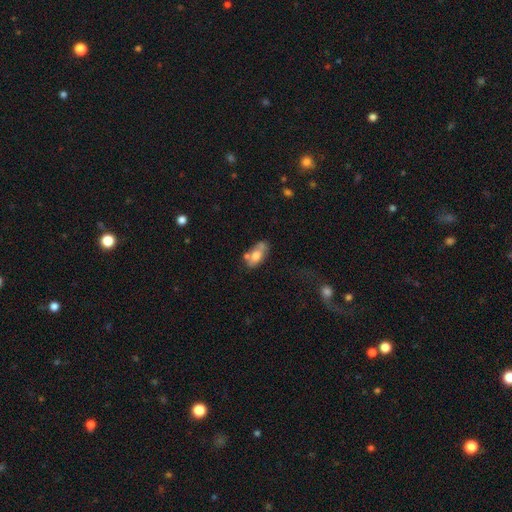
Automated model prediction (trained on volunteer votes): smooth-or-featured: smooth: 61% | featured or disk: 32% | star or artifact: 7%
  how-rounded: in between: 90% | round: 5% | cigar-shaped: 5%
  merging: none: 48% | minor disturbance: 22% | merger: 21% | major disturbance: 8%